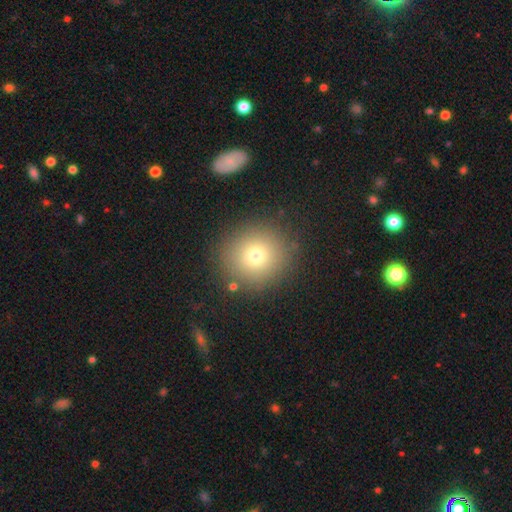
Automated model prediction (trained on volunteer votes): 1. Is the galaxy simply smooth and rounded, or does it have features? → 74% smooth, 14% star or artifact, 12% featured or disk.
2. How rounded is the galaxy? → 90% round, 9% in between, 1% cigar-shaped.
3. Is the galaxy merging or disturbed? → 85% none, 8% minor disturbance, 3% major disturbance, 3% merger.